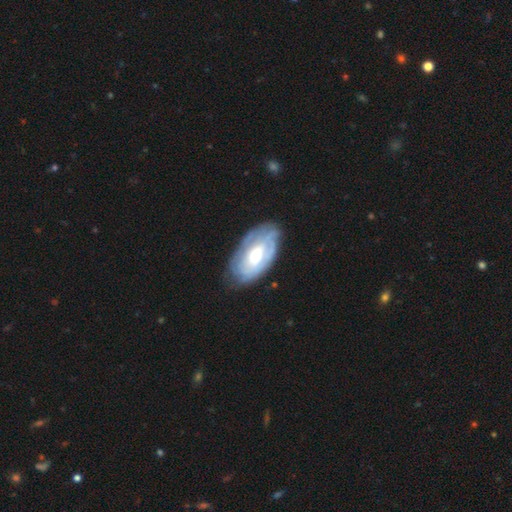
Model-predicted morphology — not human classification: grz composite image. It shows a featured or disk galaxy (70%) with no bar (64%), tight (70%) spiral arms (78%) and a moderate central bulge (65%). Merging: none (71%).